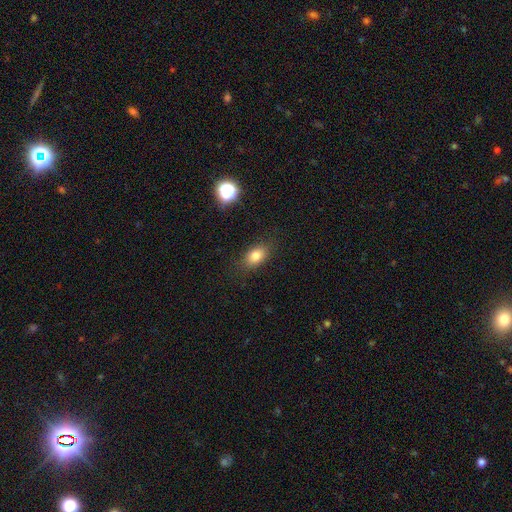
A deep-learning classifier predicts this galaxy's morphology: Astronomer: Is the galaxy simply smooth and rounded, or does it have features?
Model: smooth — 80%.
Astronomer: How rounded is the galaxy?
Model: in between — 81%.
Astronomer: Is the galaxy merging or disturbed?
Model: none — 84%.